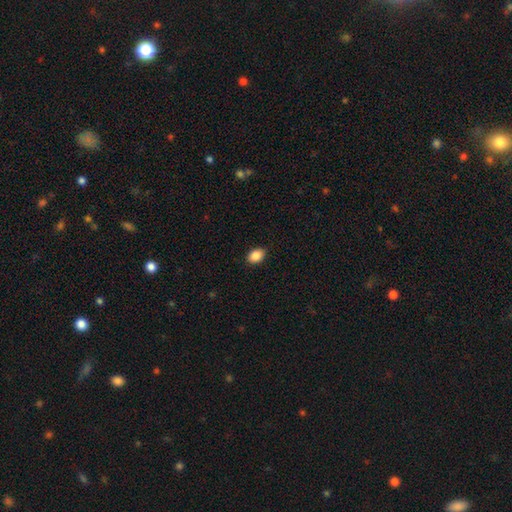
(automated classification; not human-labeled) smooth 88%, star or artifact 8%, featured or disk 4%. Down the decision tree: how rounded — in between (79%); merging — none (88%).